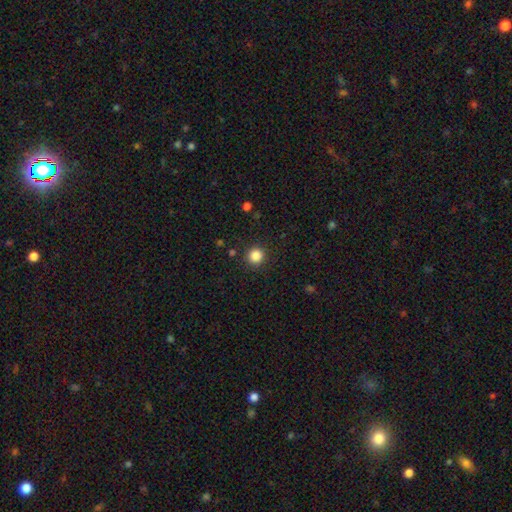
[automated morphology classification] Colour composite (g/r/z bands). It shows a smooth galaxy with no disk features (85%) that is round (93%). Merging: none (91%).